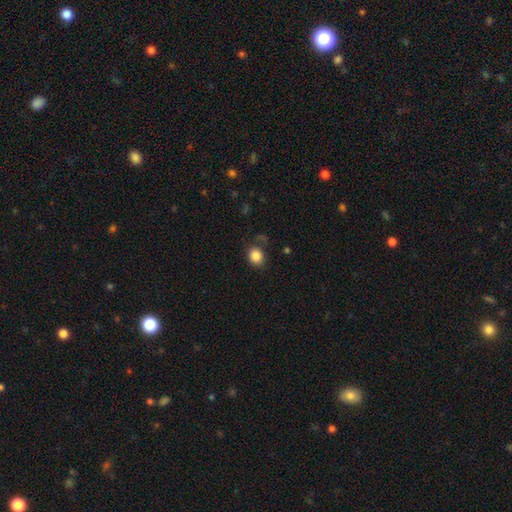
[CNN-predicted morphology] Smooth or featured? smooth (85%)
How rounded? round (69%)
Merging? none (79%)